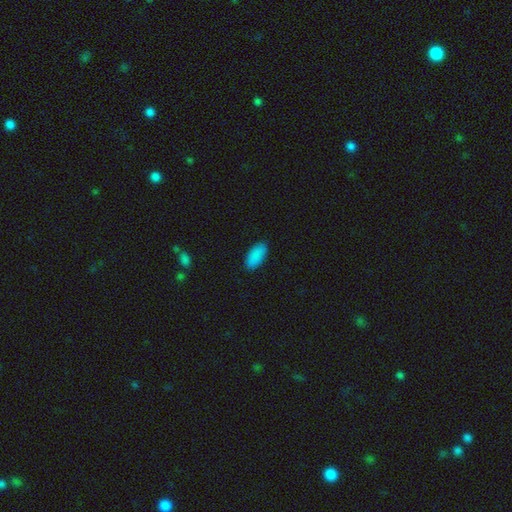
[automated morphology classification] Smooth or featured?
  - smooth: 89% *
  - star or artifact: 7%
  - featured or disk: 4%
How rounded?
  - in between: 91% *
  - cigar-shaped: 7%
  - round: 2%
Merging?
  - none: 87% *
  - minor disturbance: 9%
  - major disturbance: 2%
  - merger: 1%